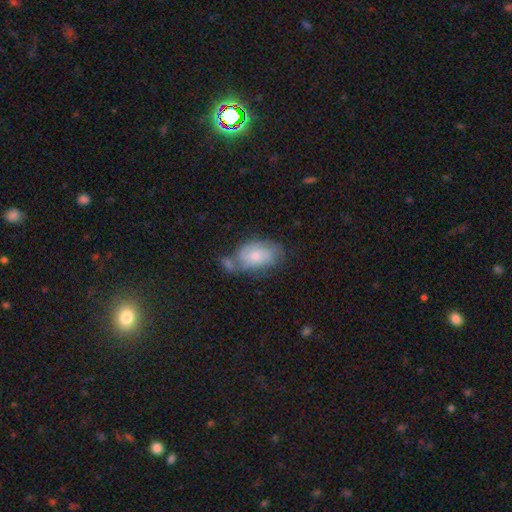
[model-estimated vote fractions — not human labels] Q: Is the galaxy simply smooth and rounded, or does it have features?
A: smooth — 55%.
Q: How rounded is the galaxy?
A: in between — 89%.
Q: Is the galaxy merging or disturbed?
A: none — 38%.